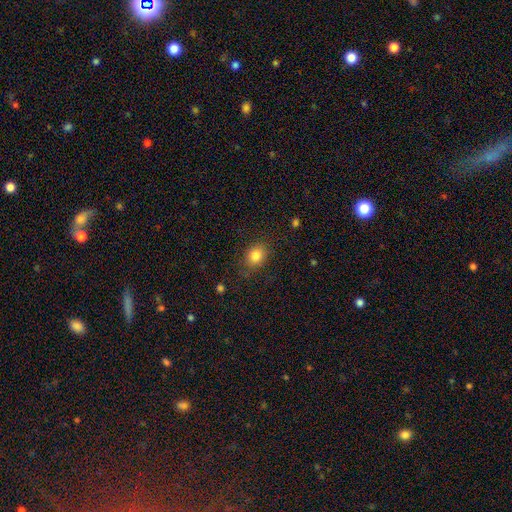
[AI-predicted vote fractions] Smooth or featured? smooth (83%)
How rounded? in between (50%)
Merging? none (80%)